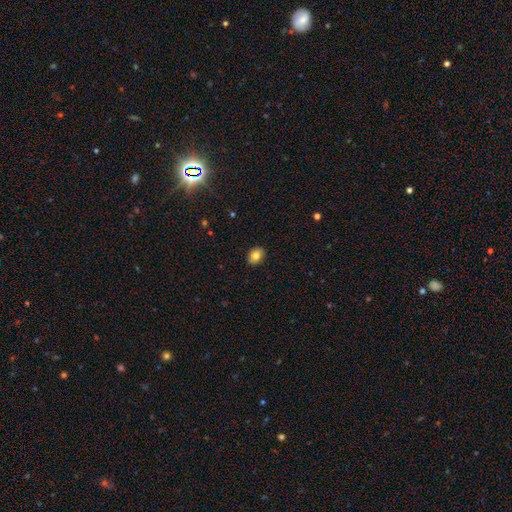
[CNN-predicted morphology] Smooth or featured: smooth — 79% (featured or disk — 12%)
How rounded: in between — 65% (round — 33%)
Merging: none — 88% (minor disturbance — 9%)